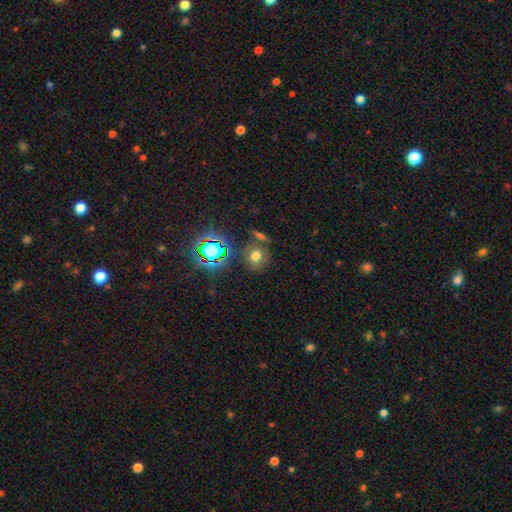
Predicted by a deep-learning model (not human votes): This appears to be a smooth galaxy with no disk features (62%) that is round (79%). Merging: none (73%).